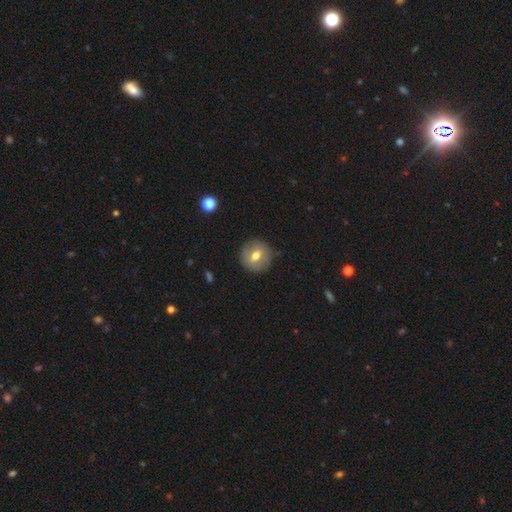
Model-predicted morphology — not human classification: type=smooth (61%); roundness=round (90%); merging=none (84%).